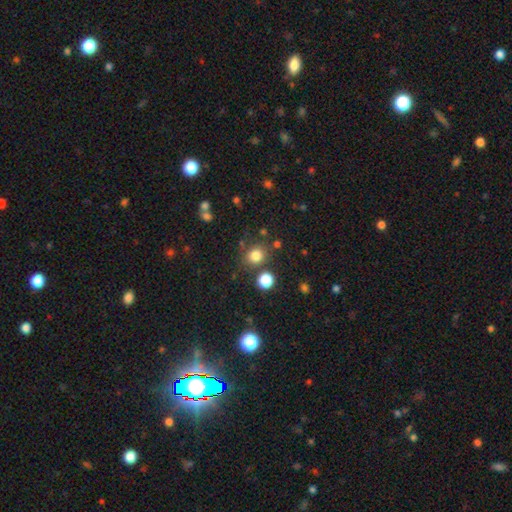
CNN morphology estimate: Overall: smooth (80%). How rounded: round (75%). Merging: none (77%).